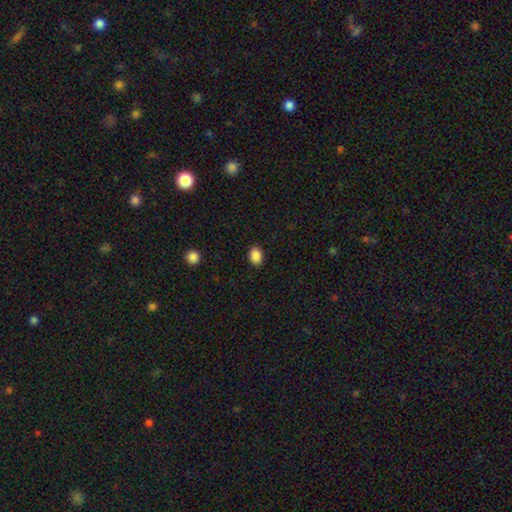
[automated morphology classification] Overall: smooth (88%). How rounded: in between (72%). Merging: none (89%).